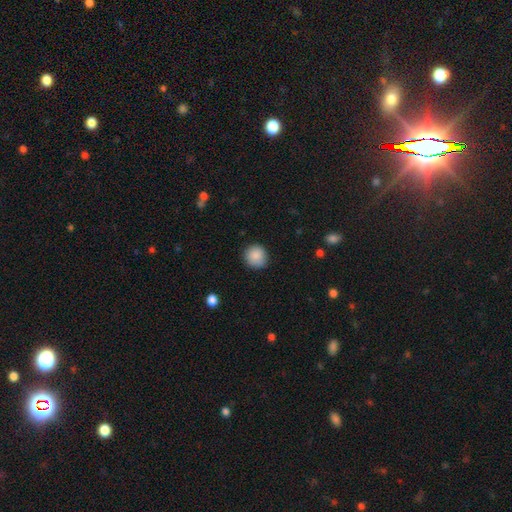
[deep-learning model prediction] smooth_or_featured: smooth (p=0.88) [alt: star or artifact p=0.08]
how_rounded: round (p=0.92) [alt: in between p=0.07]
merging: none (p=0.87) [alt: minor disturbance p=0.10]